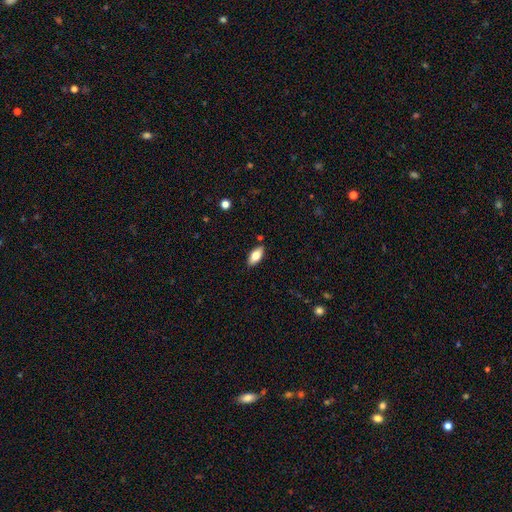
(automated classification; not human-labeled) Smooth or featured: smooth — 75% (featured or disk — 18%)
How rounded: in between — 88% (cigar-shaped — 10%)
Merging: none — 86% (minor disturbance — 10%)